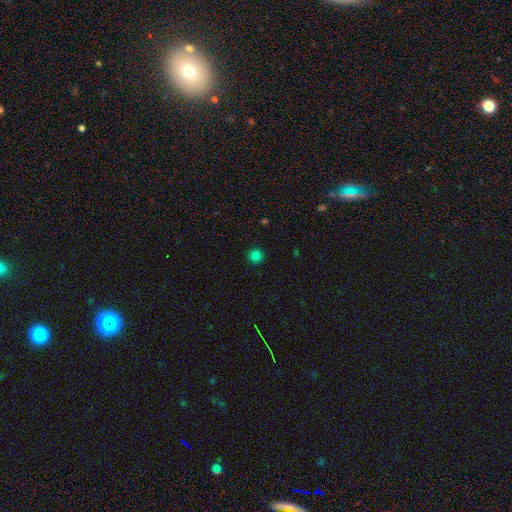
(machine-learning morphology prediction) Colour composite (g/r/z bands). It shows a smooth galaxy with no disk features (82%) that is round (95%). Merging: none (93%).